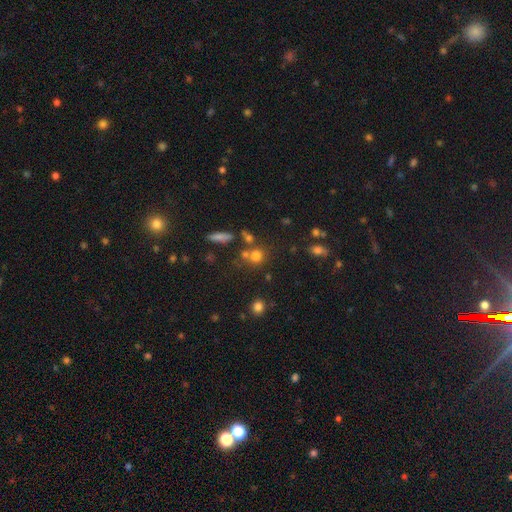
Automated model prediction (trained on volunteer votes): smooth_or_featured: smooth (p=0.70) [alt: star or artifact p=0.18]
how_rounded: round (p=0.84) [alt: in between p=0.14]
merging: none (p=0.58) [alt: merger p=0.27]